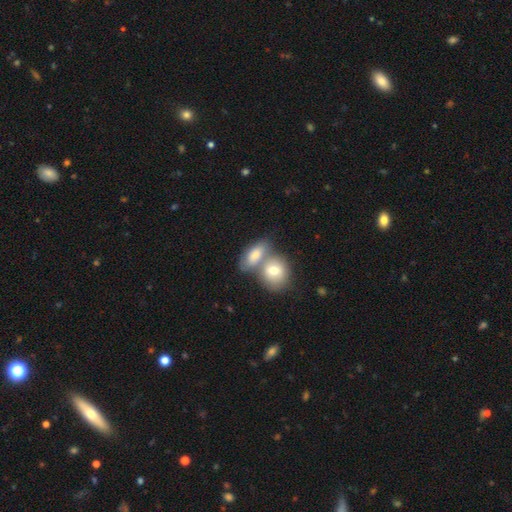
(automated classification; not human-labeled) Overall: smooth (72%). How rounded: in between (74%). Merging: merger (55%; none 32%).